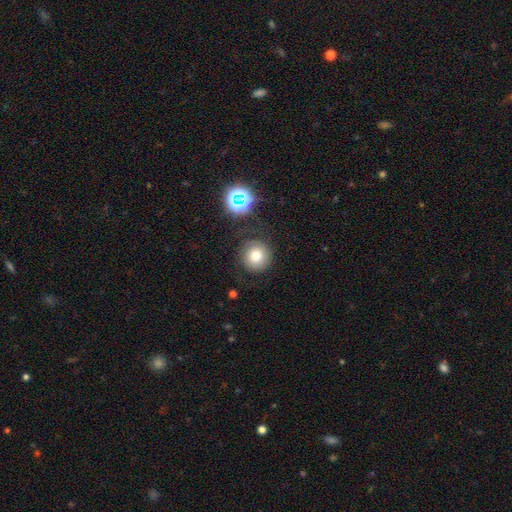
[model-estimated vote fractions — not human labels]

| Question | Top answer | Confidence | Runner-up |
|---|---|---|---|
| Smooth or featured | smooth | 71% | star or artifact (16%) |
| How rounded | round | 93% | in between (6%) |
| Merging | none | 79% | minor disturbance (12%) |